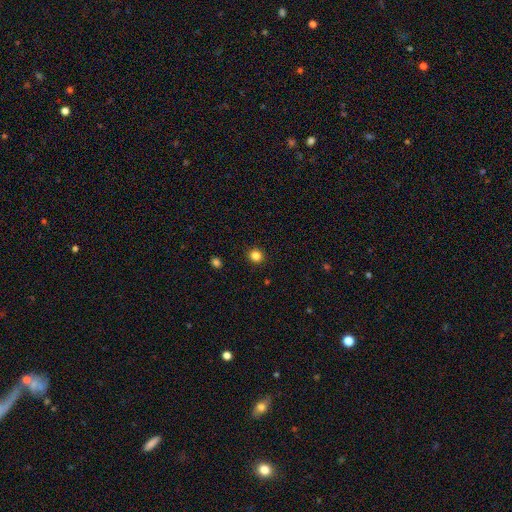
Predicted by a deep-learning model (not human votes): A smooth galaxy with no disk features (84%) that is round (89%).

Vote fractions:
- Smooth or featured? smooth: 84% / star or artifact: 12% / featured or disk: 4%
- How rounded? round: 89% / in between: 10% / cigar-shaped: 1%
- Merging? none: 92% / minor disturbance: 5% / major disturbance: 2% / merger: 1%